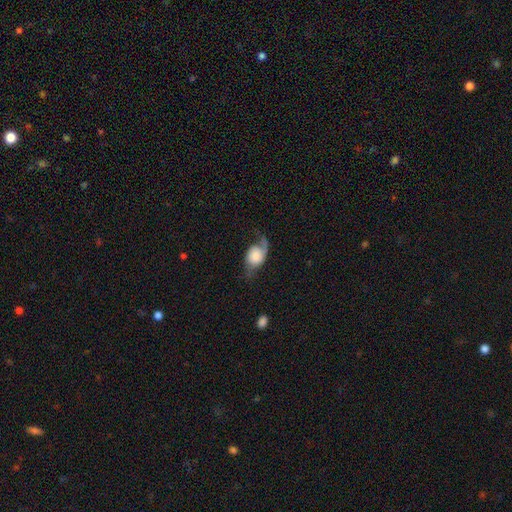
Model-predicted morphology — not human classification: A featured or disk galaxy (54%). Merging: none (42%).